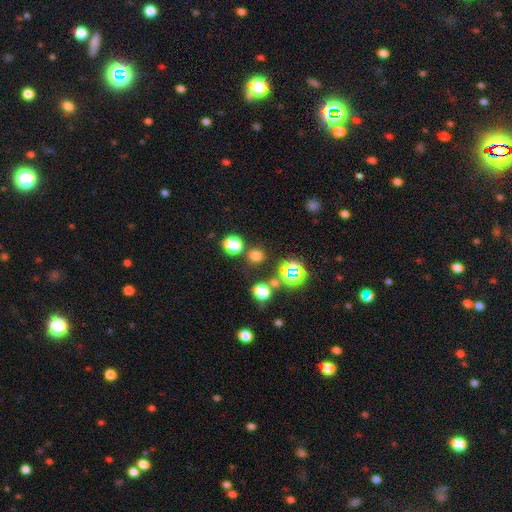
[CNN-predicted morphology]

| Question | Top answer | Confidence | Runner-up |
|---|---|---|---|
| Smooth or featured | smooth | 66% | star or artifact (28%) |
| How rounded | round | 83% | in between (16%) |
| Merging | none | 81% | minor disturbance (8%) |